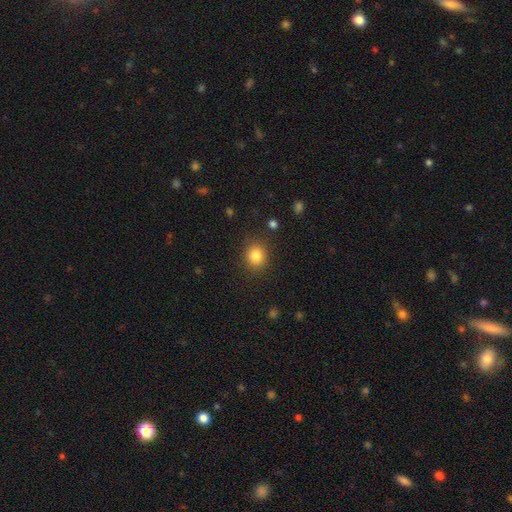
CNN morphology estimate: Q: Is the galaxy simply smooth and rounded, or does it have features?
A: smooth — 84%.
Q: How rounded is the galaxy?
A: round — 80%.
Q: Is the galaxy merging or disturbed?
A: none — 87%.